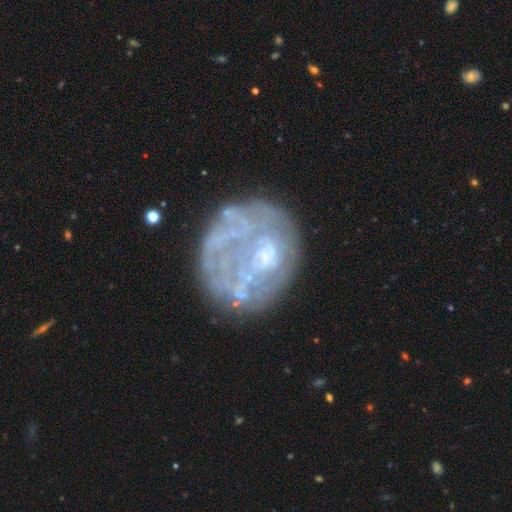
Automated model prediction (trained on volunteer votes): This is likely a featured or disk galaxy (63%). It is clearly not viewed edge-on (98%). Bar: clearly no (84%). Spiral arm pattern: clearly no (82%). Central bulge: possibly none (50%). Merging: possibly none (57%).